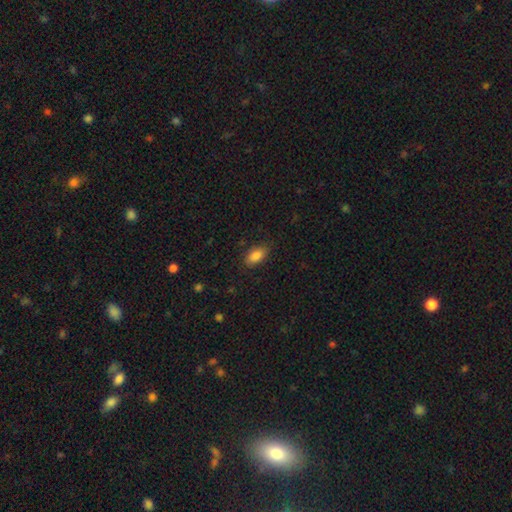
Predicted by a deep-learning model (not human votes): smooth_or_featured: smooth (p=0.87) [alt: star or artifact p=0.07]
how_rounded: in between (p=0.91) [alt: cigar-shaped p=0.05]
merging: none (p=0.83) [alt: minor disturbance p=0.13]